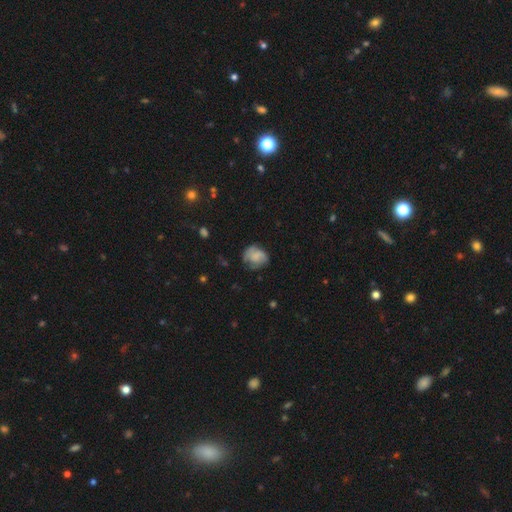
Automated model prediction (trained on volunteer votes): This is likely a smooth galaxy (65%). How rounded: likely round (64%). Merging: possibly none (55%).